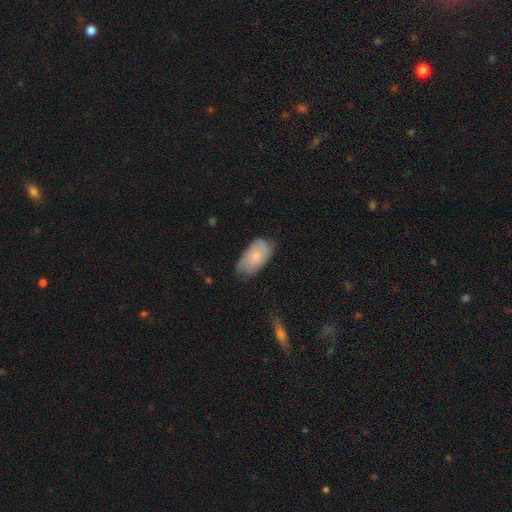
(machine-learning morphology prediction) Smooth or featured: smooth — 52% (featured or disk — 42%)
How rounded: in between — 92% (round — 4%)
Merging: none — 55% (minor disturbance — 35%)